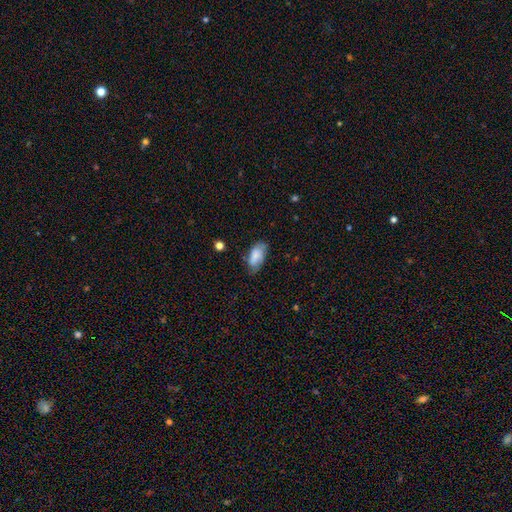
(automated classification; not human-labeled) Smooth or featured? Predicted: smooth (p=0.71). How rounded? Predicted: in between (p=0.91). Merging? Predicted: none (p=0.59).